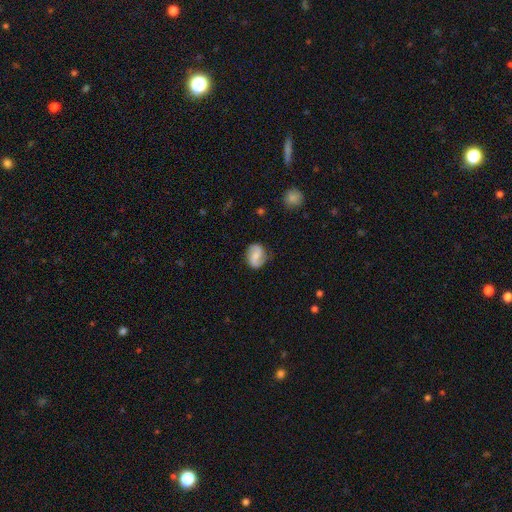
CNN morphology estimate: smooth_or_featured: featured or disk (p=0.64) [alt: smooth p=0.29]
disk_edge_on: no (p=0.98) [alt: yes p=0.02]
bar: weak (p=0.46) [alt: no p=0.36]
has_spiral_arms: yes (p=0.93) [alt: no p=0.07]
spiral_winding: medium (p=0.43) [alt: loose p=0.38]
spiral_arm_count: 2 (p=0.90) [alt: can't tell p=0.04]
bulge_size: small (p=0.43) [alt: moderate p=0.36]
merging: none (p=0.80) [alt: minor disturbance p=0.15]